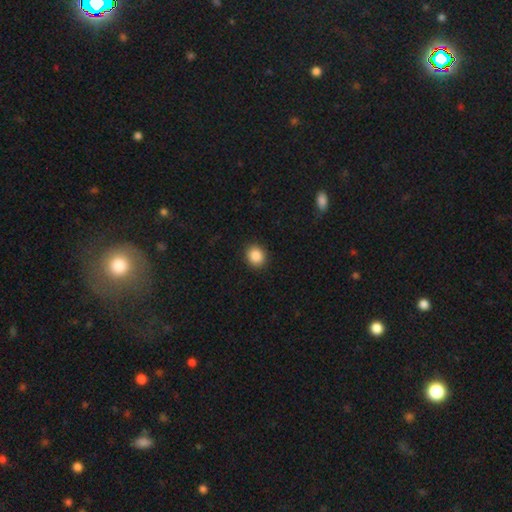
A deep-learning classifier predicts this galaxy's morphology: smooth-or-featured: smooth: 87% | star or artifact: 9% | featured or disk: 4%
  how-rounded: round: 82% | in between: 17% | cigar-shaped: 1%
  merging: none: 92% | minor disturbance: 6% | major disturbance: 2% | merger: 1%